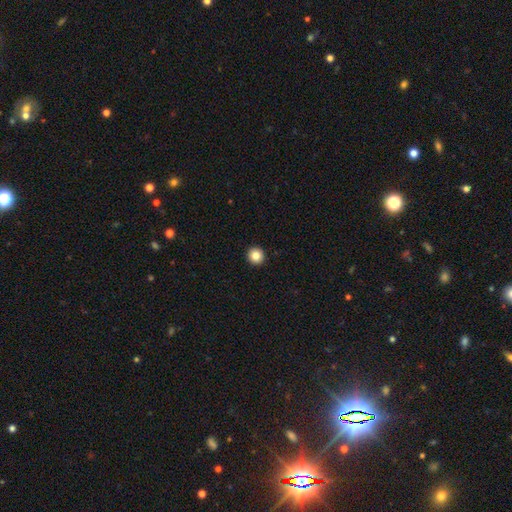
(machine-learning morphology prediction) smooth-or-featured: smooth: 84% | star or artifact: 10% | featured or disk: 6%
  how-rounded: round: 96% | in between: 3% | cigar-shaped: 1%
  merging: none: 94% | minor disturbance: 3% | major disturbance: 1% | merger: 1%